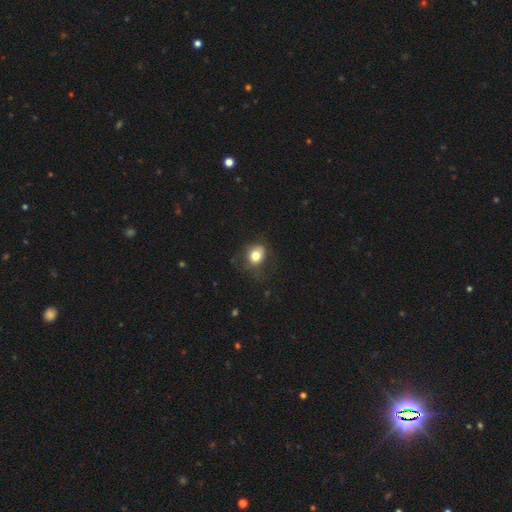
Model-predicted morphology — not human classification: The model was most divided on "how rounded": round: 59%, in between: 40%, cigar-shaped: 1%. More confident: smooth or featured — smooth (79%); merging — none (62%).